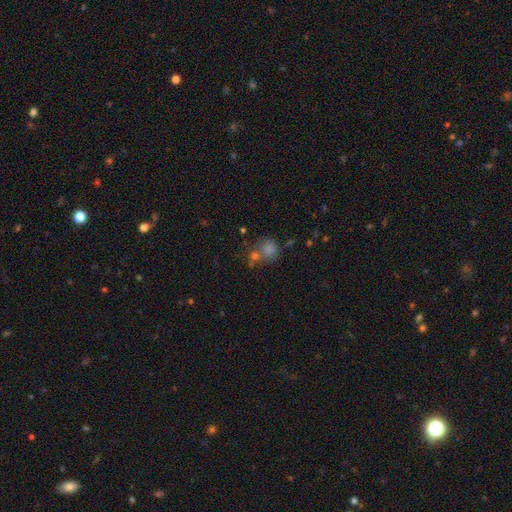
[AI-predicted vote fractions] smooth_or_featured: smooth (p=0.59) [alt: star or artifact p=0.29]
how_rounded: round (p=0.83) [alt: in between p=0.15]
merging: none (p=0.57) [alt: merger p=0.25]